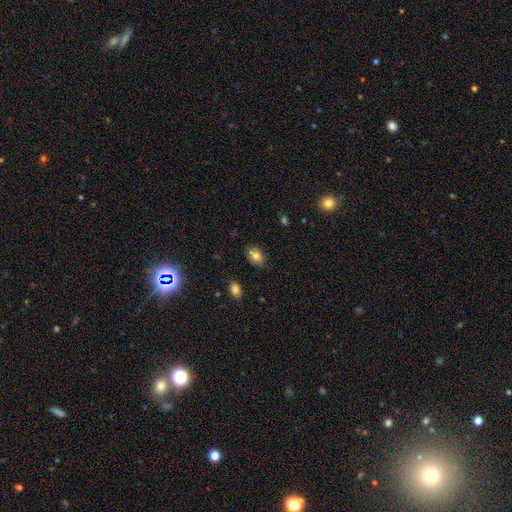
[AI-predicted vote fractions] This is likely a smooth galaxy (78%). How rounded: likely in between (75%). Merging: clearly none (82%).